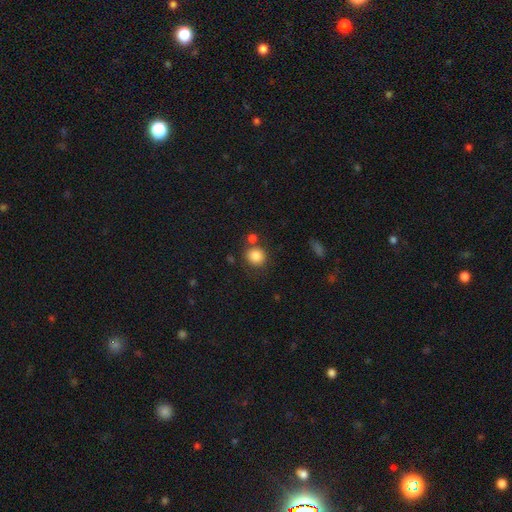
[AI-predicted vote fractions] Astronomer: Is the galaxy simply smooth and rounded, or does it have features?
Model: smooth — 84%.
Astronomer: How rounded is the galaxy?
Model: round — 87%.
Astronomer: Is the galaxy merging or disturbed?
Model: none — 72%.